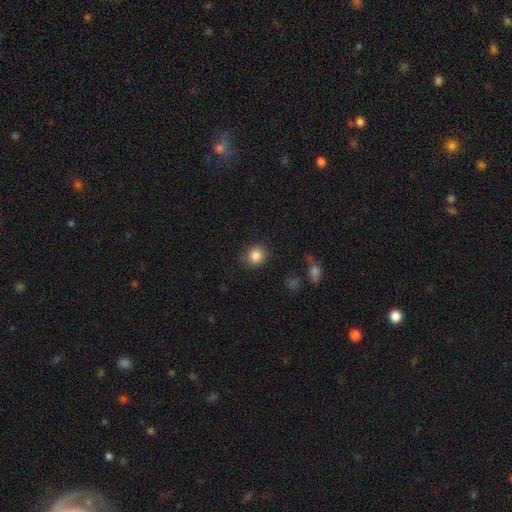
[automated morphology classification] Smooth or featured? Predicted: smooth (p=0.85). How rounded? Predicted: round (p=0.91). Merging? Predicted: none (p=0.86).